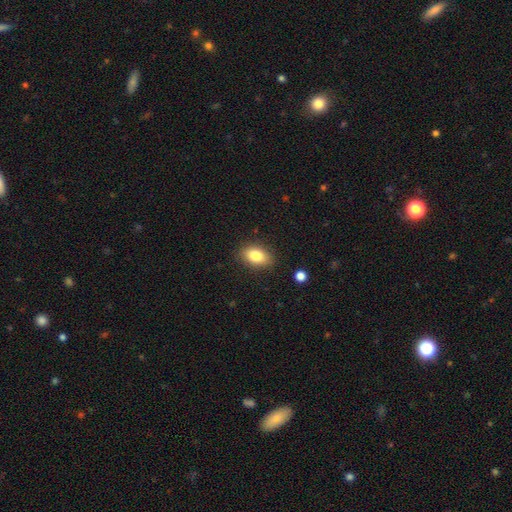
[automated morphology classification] A smooth galaxy with no disk features (83%) that is in between round and cigar-shaped (86%). Merging: none (86%).